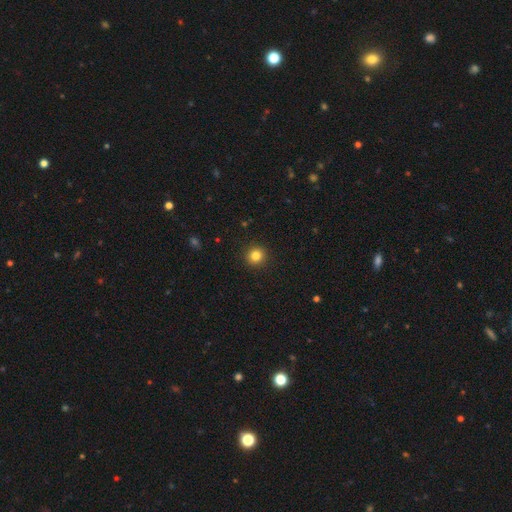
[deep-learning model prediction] Q: Smooth or featured?
A: smooth (83%); runner-up: star or artifact (11%)
Q: How rounded?
A: round (93%); runner-up: in between (7%)
Q: Merging?
A: none (92%); runner-up: minor disturbance (5%)